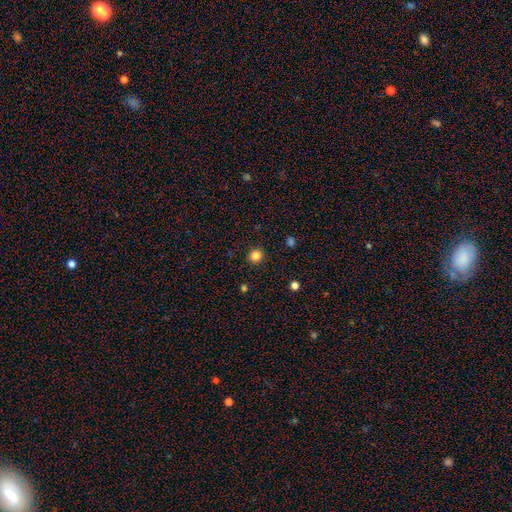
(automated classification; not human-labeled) Smooth or featured? smooth (84%)
How rounded? round (91%)
Merging? none (92%)